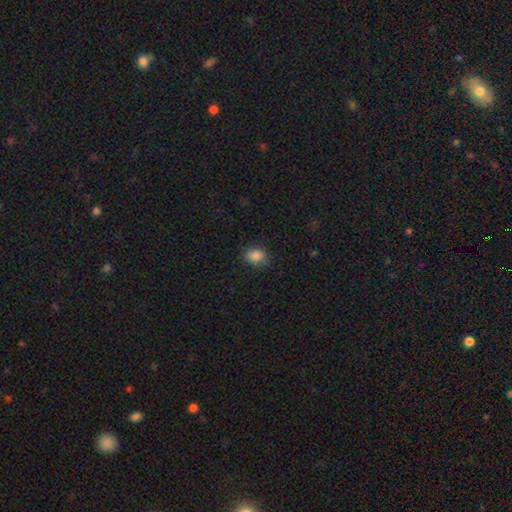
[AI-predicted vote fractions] smooth 85%, star or artifact 10%, featured or disk 4%. Down the decision tree: how rounded — in between (55%); merging — none (80%).